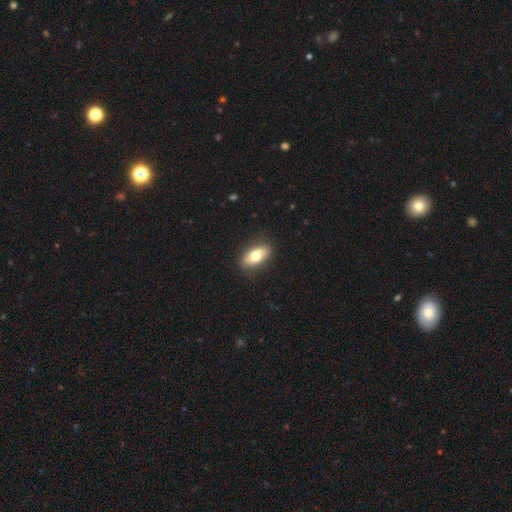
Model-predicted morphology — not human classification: This appears to be a smooth galaxy with no disk features (68%) that is in between round and cigar-shaped (81%). Merging: none (87%).